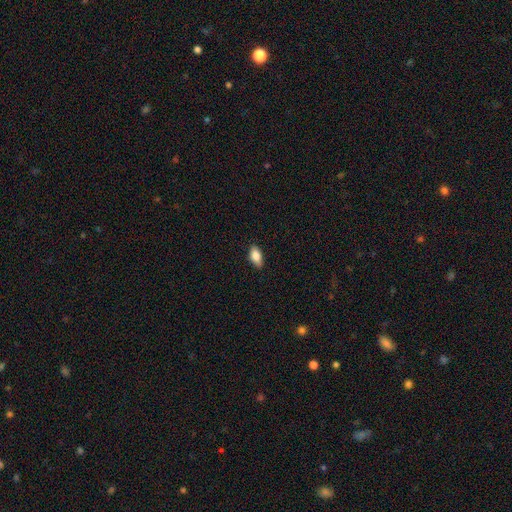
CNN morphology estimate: Smooth or featured?
  - smooth: 84% *
  - featured or disk: 9%
  - star or artifact: 7%
How rounded?
  - in between: 89% *
  - cigar-shaped: 7%
  - round: 4%
Merging?
  - none: 85% *
  - minor disturbance: 12%
  - major disturbance: 2%
  - merger: 1%